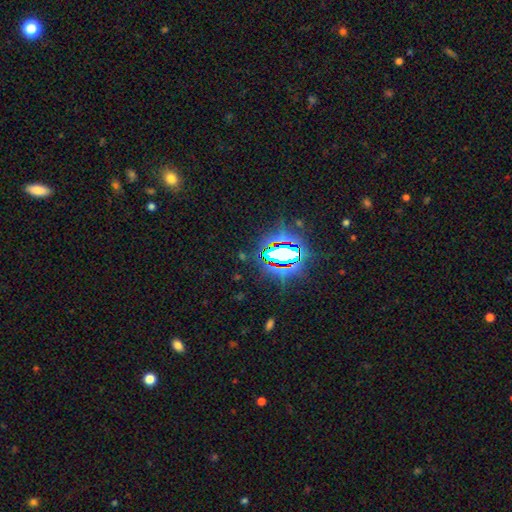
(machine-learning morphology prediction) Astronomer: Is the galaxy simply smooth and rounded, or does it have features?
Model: star or artifact — 78%.